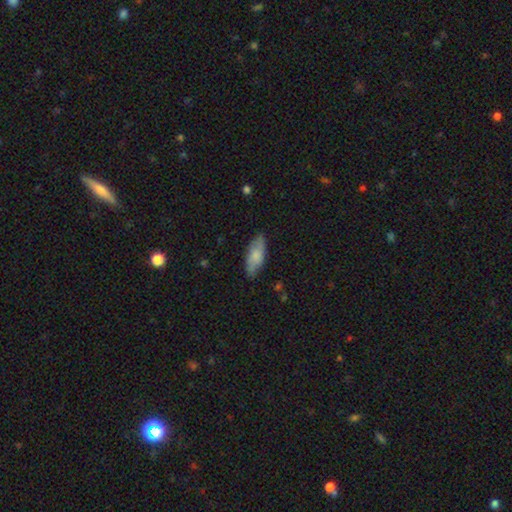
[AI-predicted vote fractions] Smooth or featured?
  - smooth: 72% *
  - featured or disk: 23%
  - star or artifact: 6%
How rounded?
  - in between: 76% *
  - cigar-shaped: 22%
  - round: 2%
Merging?
  - none: 78% *
  - minor disturbance: 18%
  - major disturbance: 3%
  - merger: 1%